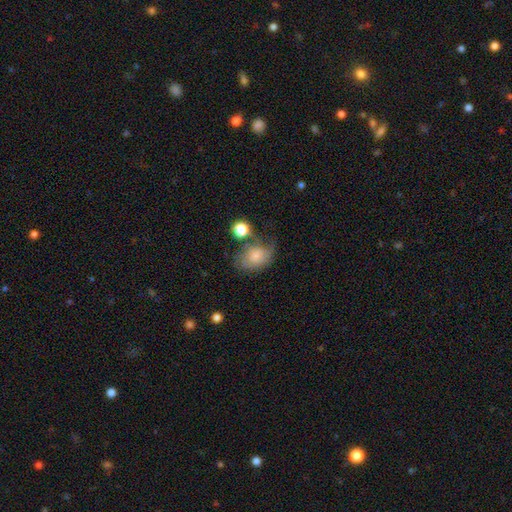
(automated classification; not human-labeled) This is possibly a featured or disk galaxy (48%). Merging: marginally none (44%).